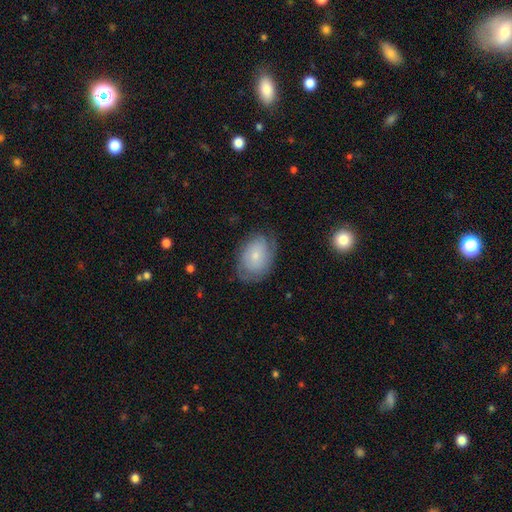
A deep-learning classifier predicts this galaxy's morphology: Smooth or featured?
  - smooth: 54% *
  - featured or disk: 39%
  - star or artifact: 7%
How rounded?
  - in between: 77% *
  - round: 21%
  - cigar-shaped: 1%
Merging?
  - none: 65% *
  - minor disturbance: 24%
  - major disturbance: 10%
  - merger: 1%